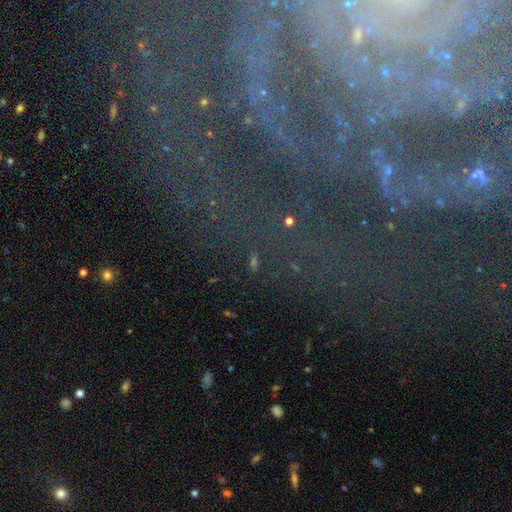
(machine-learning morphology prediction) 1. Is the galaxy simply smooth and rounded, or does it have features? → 49% featured or disk, 36% star or artifact, 15% smooth.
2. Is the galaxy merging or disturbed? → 65% none, 15% minor disturbance, 13% major disturbance, 6% merger.